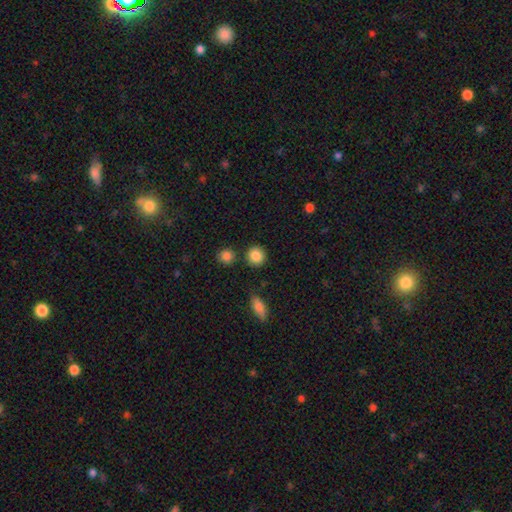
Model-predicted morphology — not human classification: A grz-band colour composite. It shows a smooth galaxy with no disk features (87%) that is round (90%). Merging: none (86%).